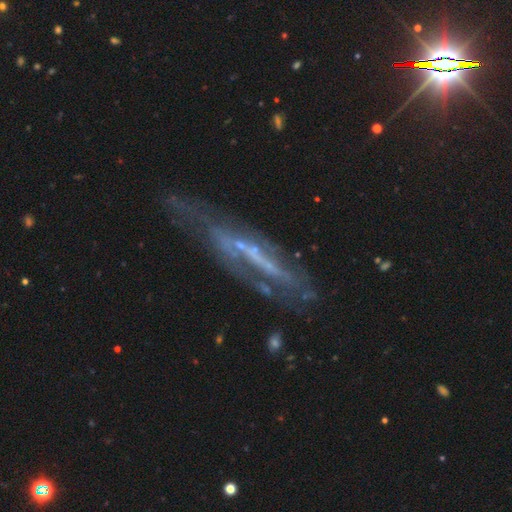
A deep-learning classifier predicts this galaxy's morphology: smooth-or-featured: featured or disk: 74% | smooth: 15% | star or artifact: 11%
  disk-edge-on: no: 51% | yes: 49%
  merging: none: 51% | minor disturbance: 23% | major disturbance: 20% | merger: 6%